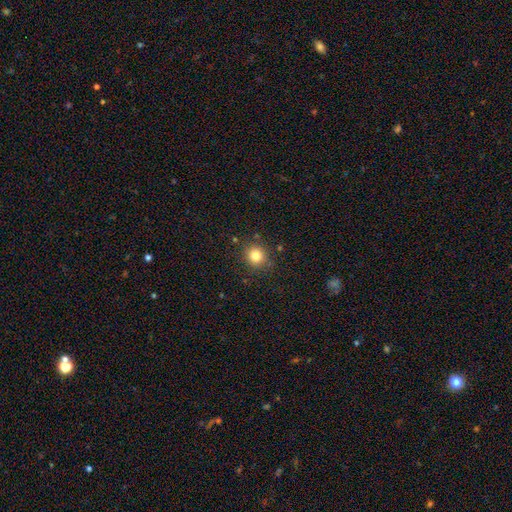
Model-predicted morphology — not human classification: Overall: smooth (82%). How rounded: round (87%). Merging: none (86%).